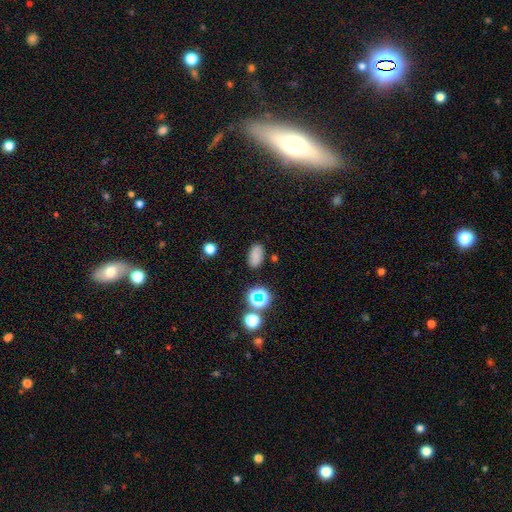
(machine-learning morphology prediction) Q: Smooth or featured?
A: smooth (75%); runner-up: star or artifact (15%)
Q: How rounded?
A: in between (90%); runner-up: round (8%)
Q: Merging?
A: none (81%); runner-up: minor disturbance (13%)